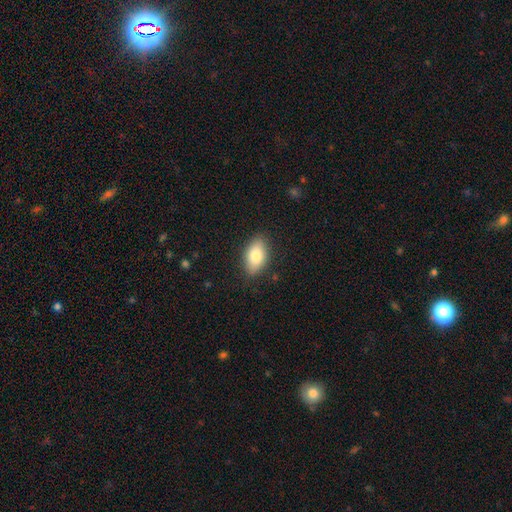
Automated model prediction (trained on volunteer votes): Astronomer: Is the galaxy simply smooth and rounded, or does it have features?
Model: smooth — 81%.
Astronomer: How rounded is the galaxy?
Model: in between — 91%.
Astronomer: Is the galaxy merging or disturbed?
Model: none — 85%.